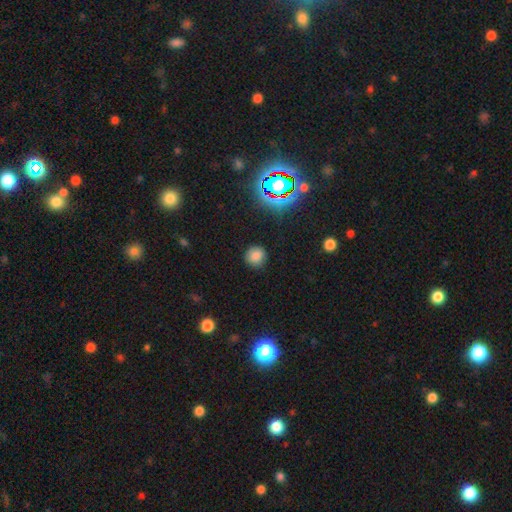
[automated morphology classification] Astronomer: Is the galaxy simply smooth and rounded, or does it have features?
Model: smooth — 78%.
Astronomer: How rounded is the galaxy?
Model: round — 89%.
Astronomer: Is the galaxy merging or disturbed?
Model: none — 86%.